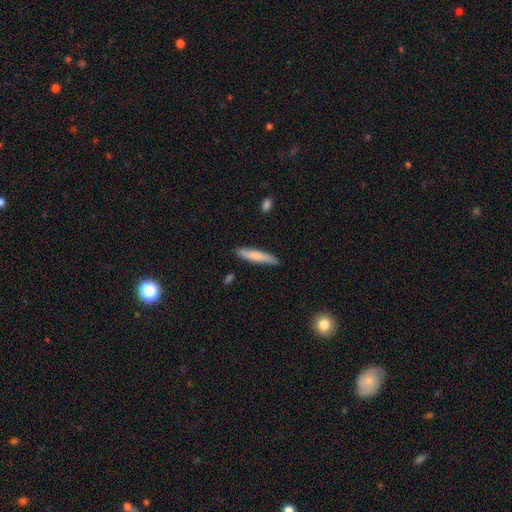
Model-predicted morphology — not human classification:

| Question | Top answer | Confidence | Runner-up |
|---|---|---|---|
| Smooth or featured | smooth | 76% | featured or disk (19%) |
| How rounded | cigar-shaped | 87% | in between (12%) |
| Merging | none | 82% | minor disturbance (14%) |